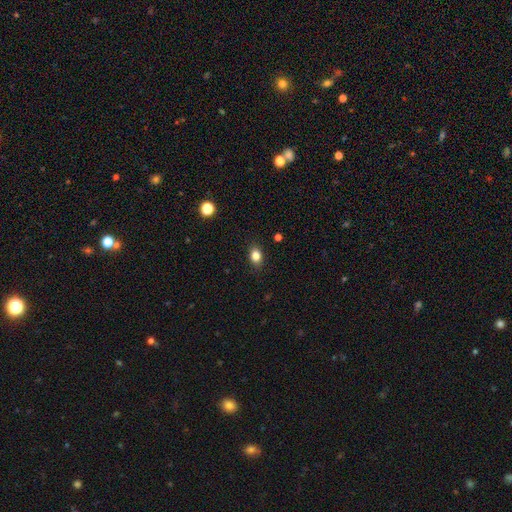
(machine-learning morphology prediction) A smooth galaxy with no disk features (82%) that is in between round and cigar-shaped (64%).

Vote fractions:
- Smooth or featured? smooth: 82% / star or artifact: 11% / featured or disk: 7%
- How rounded? in between: 64% / round: 35% / cigar-shaped: 1%
- Merging? none: 88% / minor disturbance: 9% / major disturbance: 2% / merger: 1%